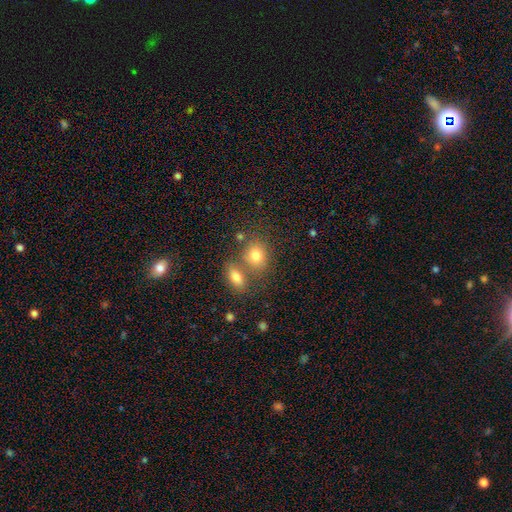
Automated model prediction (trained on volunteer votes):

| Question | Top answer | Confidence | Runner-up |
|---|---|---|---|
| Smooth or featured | smooth | 79% | star or artifact (11%) |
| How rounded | round | 49% | tied: in between (49%) |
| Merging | none | 52% | merger (34%) |